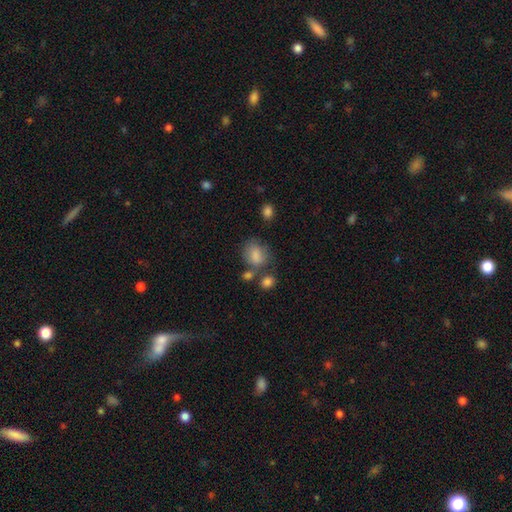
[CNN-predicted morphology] The model was most divided on "how rounded": in between: 54%, round: 45%, cigar-shaped: 1%. Remaining: smooth or featured — smooth (81%); merging — none (50%).